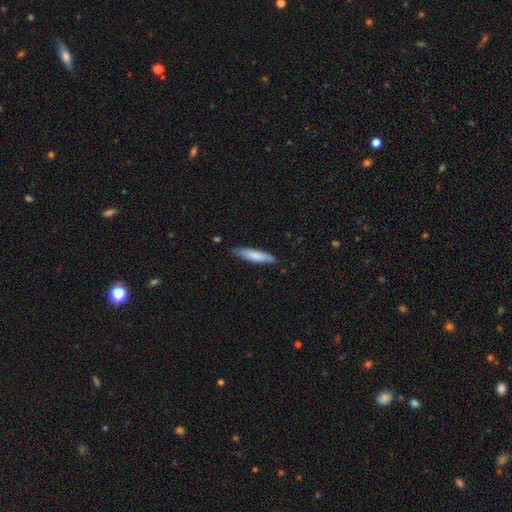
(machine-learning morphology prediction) Smooth or featured: smooth — 77% (featured or disk — 18%)
How rounded: cigar-shaped — 81% (in between — 18%)
Merging: none — 80% (minor disturbance — 16%)